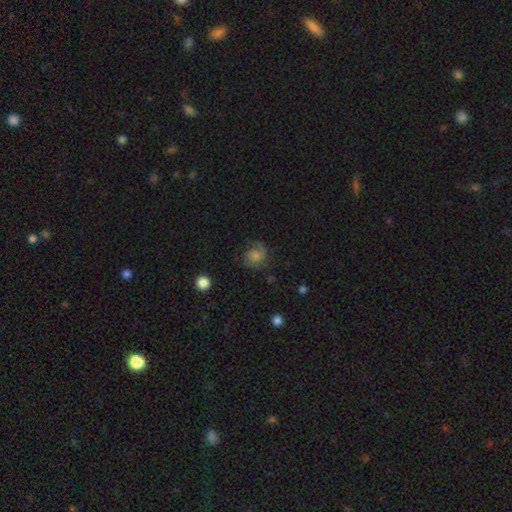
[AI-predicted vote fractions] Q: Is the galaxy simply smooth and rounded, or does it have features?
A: smooth — 47%.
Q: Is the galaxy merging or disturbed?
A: none — 64%.